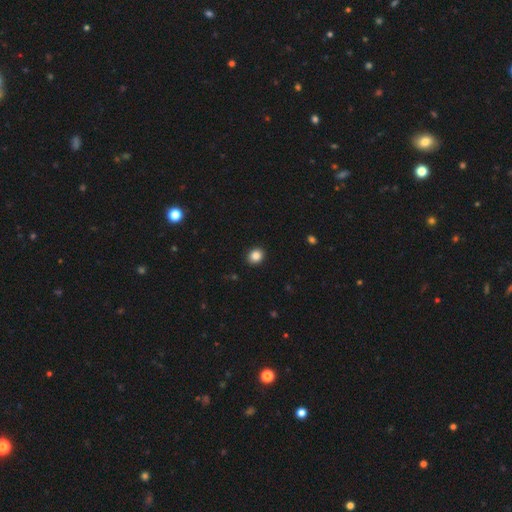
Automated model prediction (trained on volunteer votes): smooth-or-featured: smooth: 86% | star or artifact: 10% | featured or disk: 4%
  how-rounded: round: 69% | in between: 30% | cigar-shaped: 1%
  merging: none: 92% | minor disturbance: 6% | major disturbance: 2% | merger: 1%